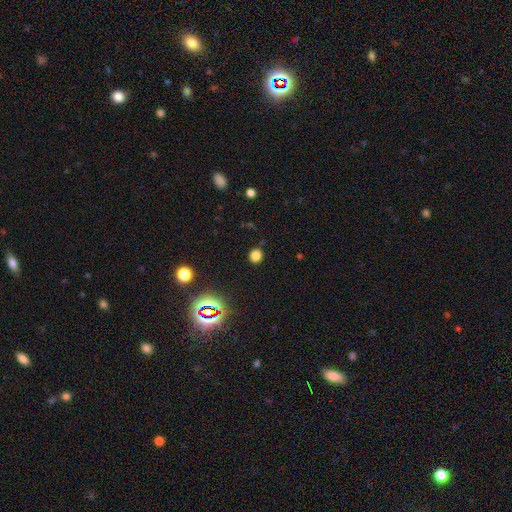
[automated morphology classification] A smooth galaxy with no disk features (76%) that is round (83%).

Vote fractions:
- Smooth or featured? smooth: 76% / star or artifact: 19% / featured or disk: 5%
- How rounded? round: 83% / in between: 16% / cigar-shaped: 1%
- Merging? none: 88% / minor disturbance: 7% / major disturbance: 3% / merger: 2%